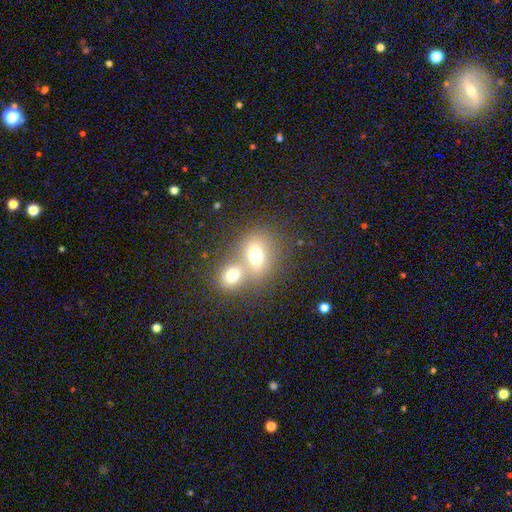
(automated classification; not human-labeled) Smooth or featured: smooth — 69% (featured or disk — 19%)
How rounded: in between — 59% (round — 39%)
Merging: merger — 58% (none — 30%)